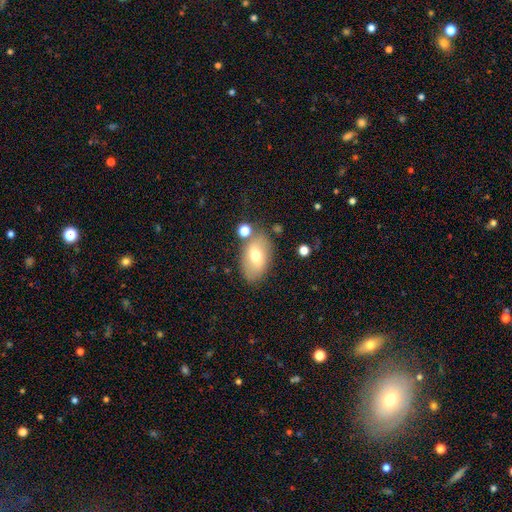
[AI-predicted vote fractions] smooth 64%, featured or disk 28%, star or artifact 8%. Down the decision tree: how rounded — in between (90%); merging — none (74%).